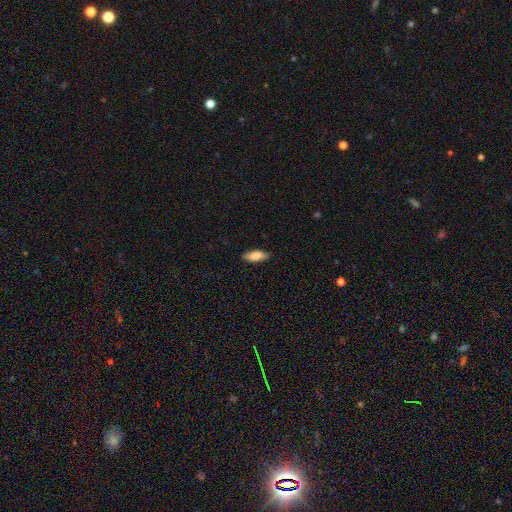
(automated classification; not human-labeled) Smooth or featured: smooth — 83% (featured or disk — 11%)
How rounded: in between — 76% (cigar-shaped — 21%)
Merging: none — 87% (minor disturbance — 10%)